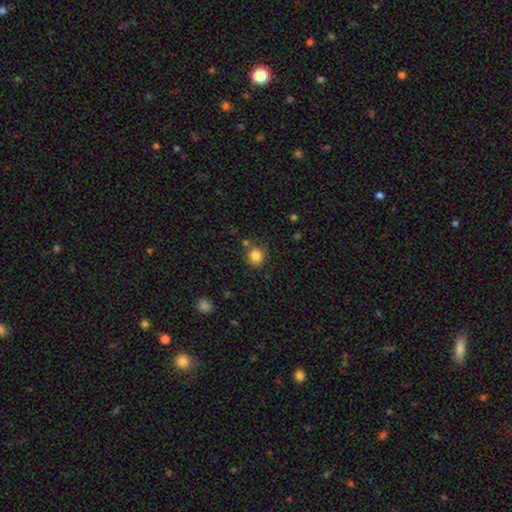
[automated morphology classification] smooth 83%, star or artifact 11%, featured or disk 6%. Down the decision tree: how rounded — round (90%); merging — none (82%).